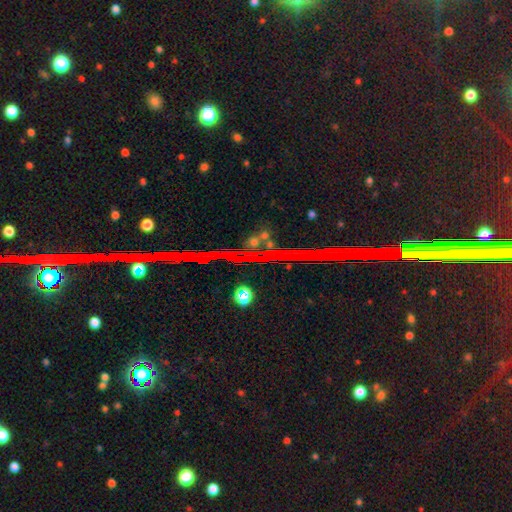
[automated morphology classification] Smooth or featured?
  - star or artifact: 77% *
  - featured or disk: 13%
  - smooth: 10%